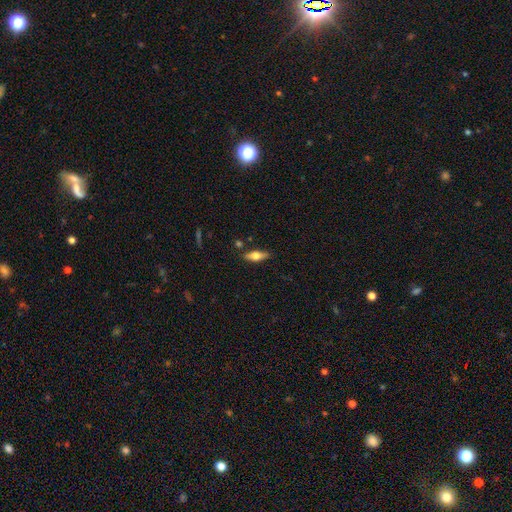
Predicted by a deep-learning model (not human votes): Smooth or featured? smooth (57%)
How rounded? in between (62%)
Merging? none (83%)